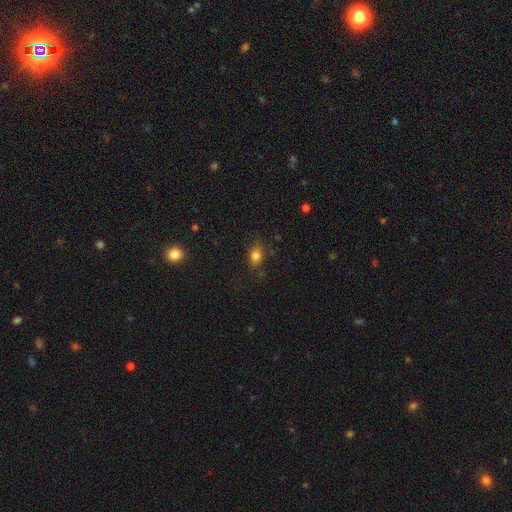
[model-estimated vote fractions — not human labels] smooth-or-featured: smooth: 80% | star or artifact: 12% | featured or disk: 8%
  how-rounded: in between: 69% | round: 28% | cigar-shaped: 3%
  merging: none: 77% | minor disturbance: 16% | major disturbance: 4% | merger: 2%